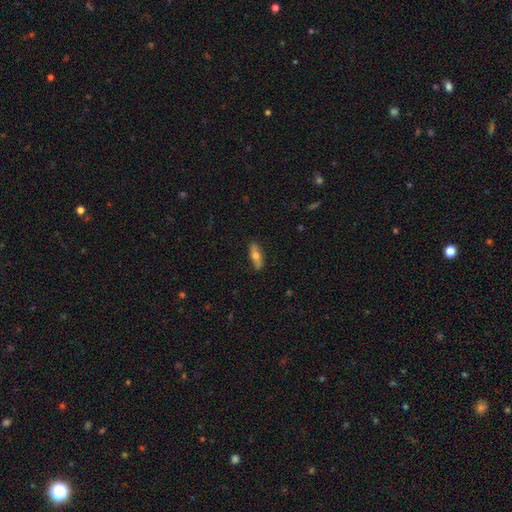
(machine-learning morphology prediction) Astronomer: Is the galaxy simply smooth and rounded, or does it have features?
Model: smooth — 59% (runner-up: featured or disk, 35%).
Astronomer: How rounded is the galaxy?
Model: in between — 55% (runner-up: cigar-shaped, 42%).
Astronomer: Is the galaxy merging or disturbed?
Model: none — 85%.